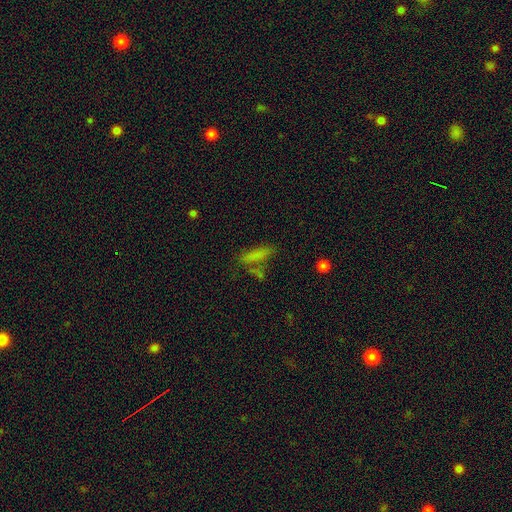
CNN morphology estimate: smooth-or-featured: smooth: 73% | featured or disk: 14% | star or artifact: 13%
  how-rounded: cigar-shaped: 68% | in between: 28% | round: 4%
  merging: none: 61% | minor disturbance: 16% | merger: 15% | major disturbance: 8%